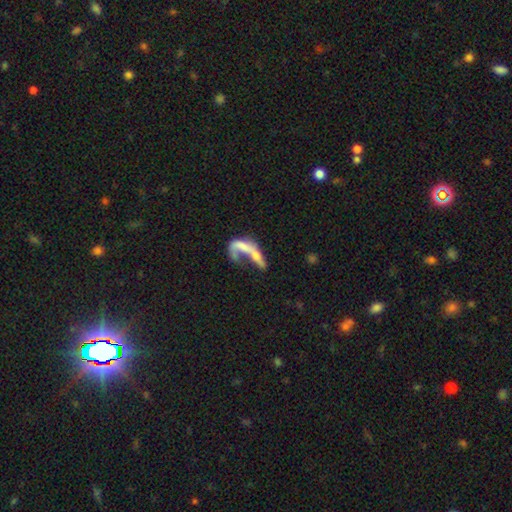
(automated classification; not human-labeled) Morphology: type=featured or disk (47%); merging=merger (39%).